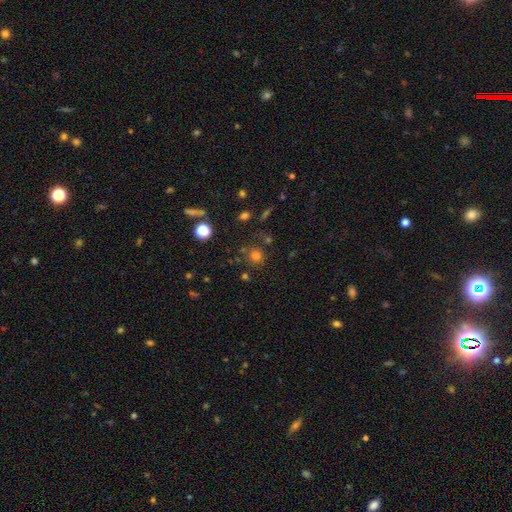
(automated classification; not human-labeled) The model was most divided on "smooth or featured": smooth: 72%, star or artifact: 20%, featured or disk: 7%. More confident: how rounded — round (90%); merging — none (77%).